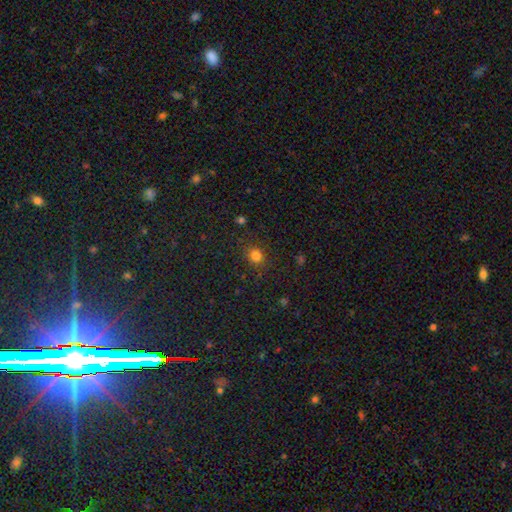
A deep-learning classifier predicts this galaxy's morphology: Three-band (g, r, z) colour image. It shows a smooth galaxy with no disk features (78%) that is round (67%). Merging: none (84%).